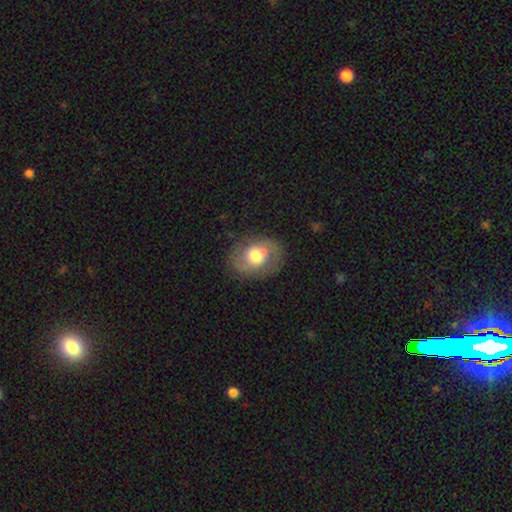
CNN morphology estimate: featured or disk 47%, smooth 44%, star or artifact 8%. Down the decision tree: merging — none (71%).